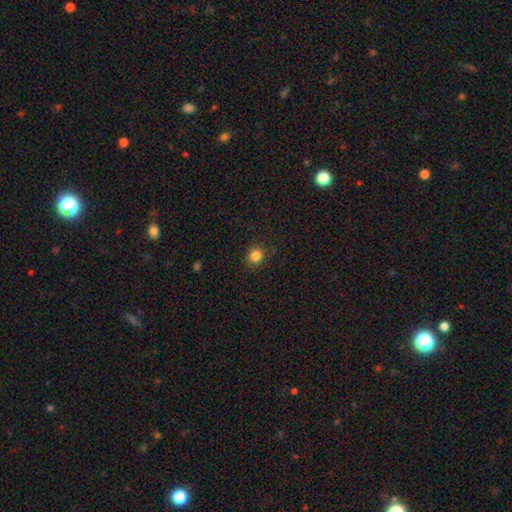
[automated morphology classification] Smooth or featured?
  - smooth: 84% *
  - star or artifact: 12%
  - featured or disk: 4%
How rounded?
  - round: 83% *
  - in between: 16%
  - cigar-shaped: 1%
Merging?
  - none: 89% *
  - minor disturbance: 8%
  - major disturbance: 2%
  - merger: 1%